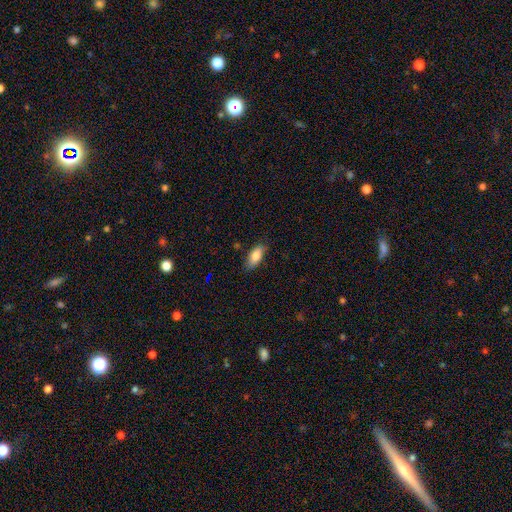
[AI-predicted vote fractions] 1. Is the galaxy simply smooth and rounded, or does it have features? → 82% smooth, 11% featured or disk, 7% star or artifact.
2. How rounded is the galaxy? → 84% in between, 13% cigar-shaped, 3% round.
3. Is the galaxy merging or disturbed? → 80% none, 16% minor disturbance, 3% major disturbance, 1% merger.